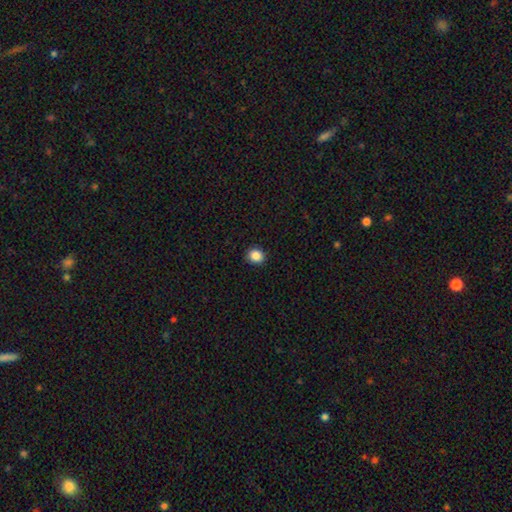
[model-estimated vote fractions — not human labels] Morphology: type=smooth (87%); roundness=round (82%); merging=none (92%).